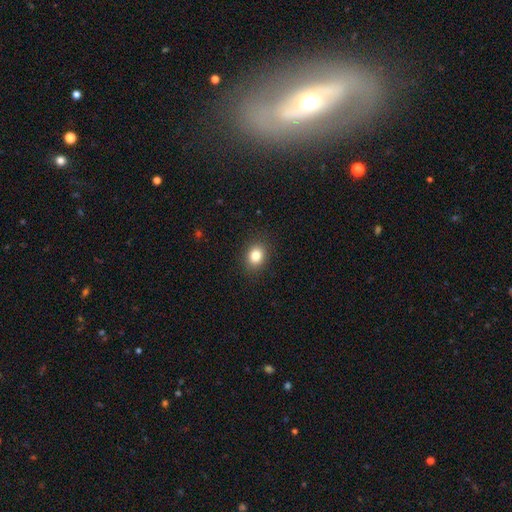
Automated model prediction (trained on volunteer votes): Smooth or featured? smooth (83%)
How rounded? round (52%)
Merging? none (89%)